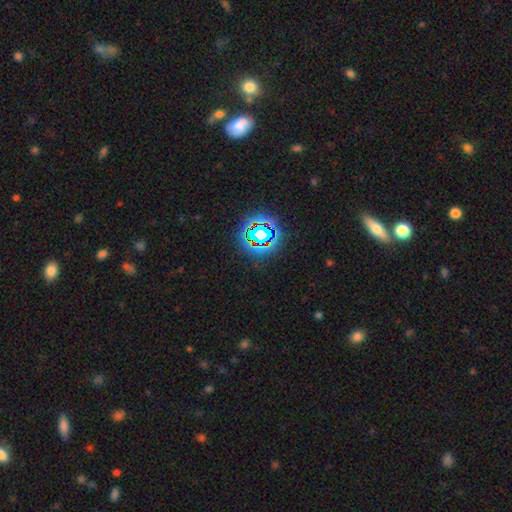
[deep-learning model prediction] Smooth or featured?
  - star or artifact: 73% *
  - smooth: 18%
  - featured or disk: 9%